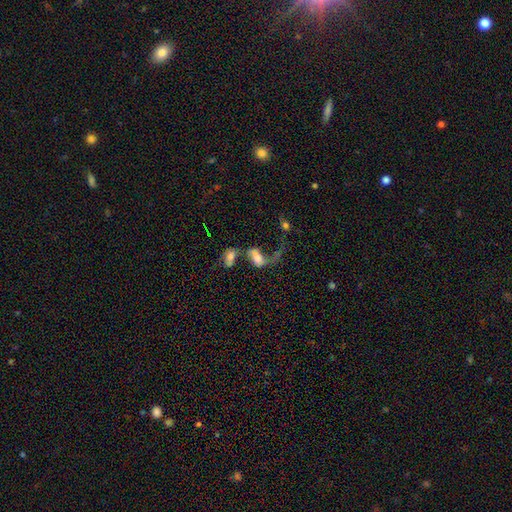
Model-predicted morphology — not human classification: A featured or disk galaxy (47%). Merging: merger (58%).